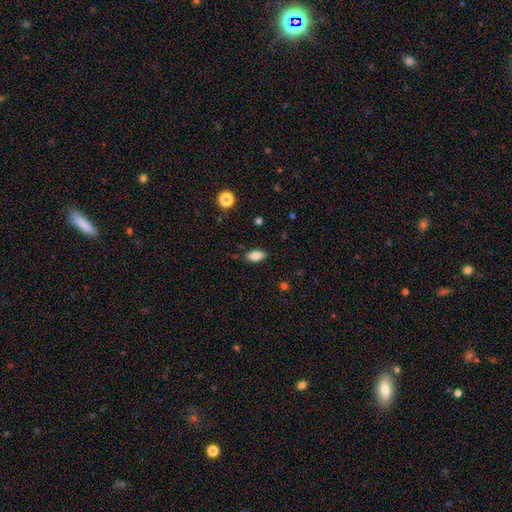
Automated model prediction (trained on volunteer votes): A smooth galaxy with no disk features (85%) that is in between round and cigar-shaped (88%).

Vote fractions:
- Smooth or featured? smooth: 85% / star or artifact: 8% / featured or disk: 7%
- How rounded? in between: 88% / cigar-shaped: 8% / round: 4%
- Merging? none: 85% / minor disturbance: 11% / major disturbance: 2% / merger: 1%